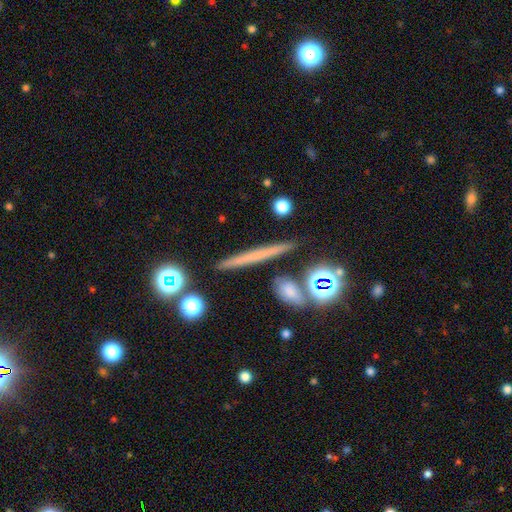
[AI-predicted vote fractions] This appears to be a smooth galaxy with no disk features (43%). Merging: none (87%).